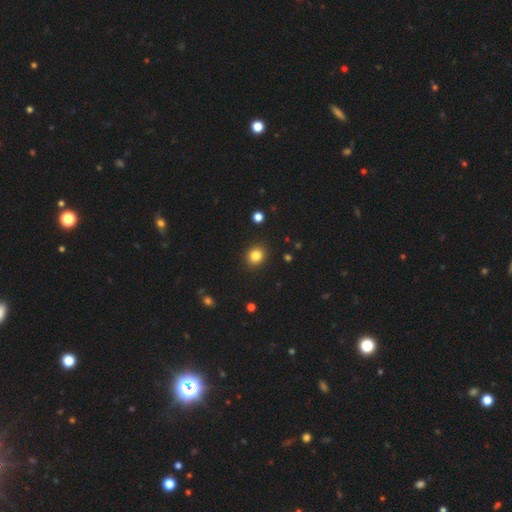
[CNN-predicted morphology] type=smooth (83%); roundness=round (74%); merging=none (90%).